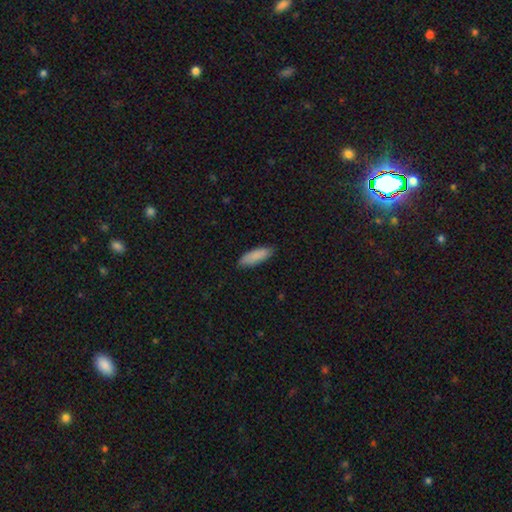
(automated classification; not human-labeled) This is clearly a smooth galaxy (88%). How rounded: possibly in between (59%). Merging: clearly none (86%).